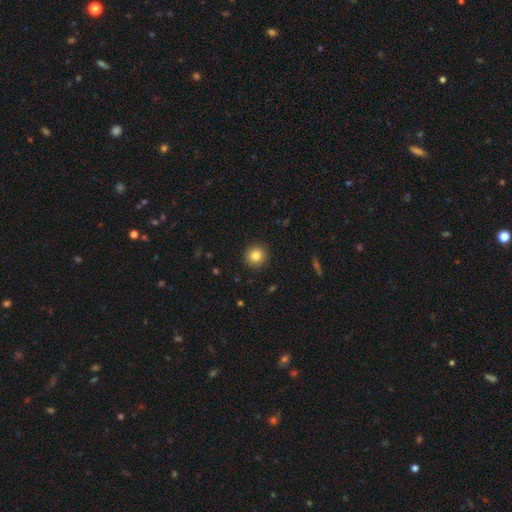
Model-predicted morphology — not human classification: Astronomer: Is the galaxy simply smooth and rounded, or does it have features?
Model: smooth — 83%.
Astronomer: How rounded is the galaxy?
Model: round — 92%.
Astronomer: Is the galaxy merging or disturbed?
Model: none — 92%.